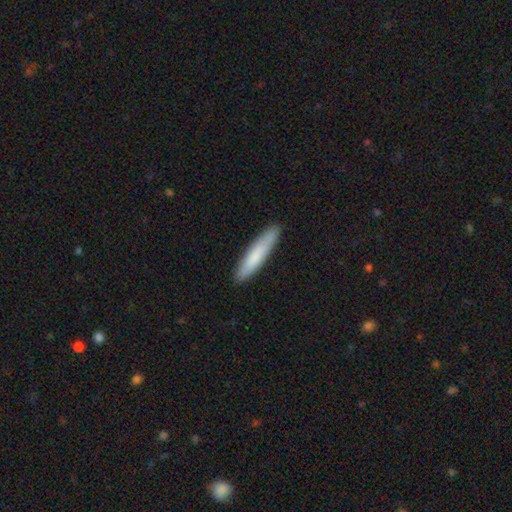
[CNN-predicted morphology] type=smooth (78%); roundness=cigar-shaped (88%); merging=none (88%).